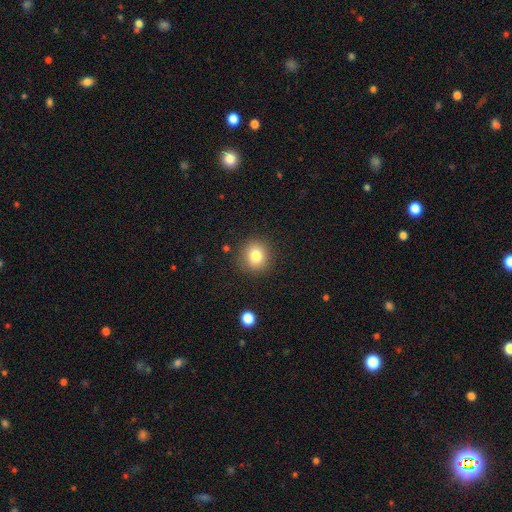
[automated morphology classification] Smooth or featured? smooth (81%)
How rounded? round (89%)
Merging? none (88%)